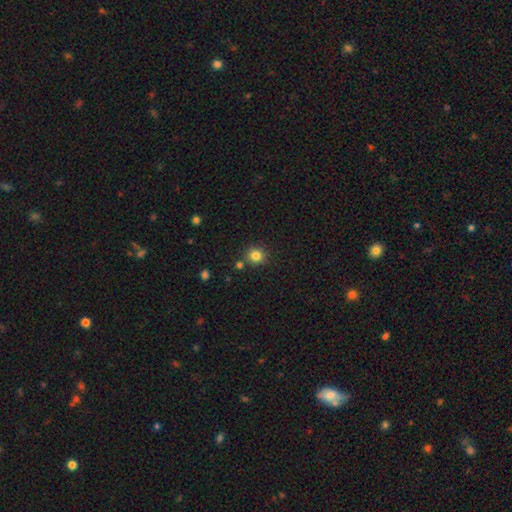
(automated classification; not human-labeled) Overall: smooth (82%). How rounded: round (90%). Merging: none (83%).